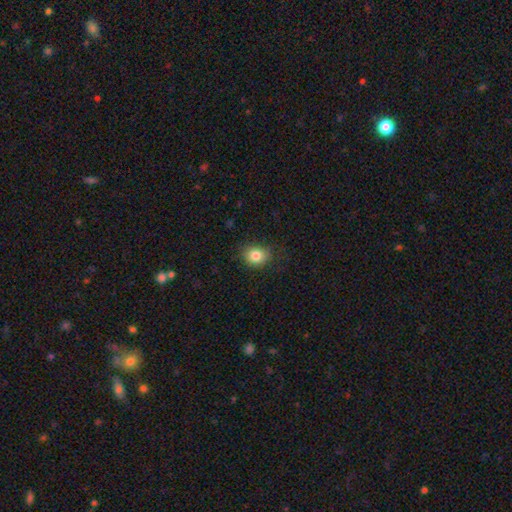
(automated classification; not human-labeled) Smooth or featured? Predicted: smooth (p=0.83). How rounded? Predicted: round (p=0.62). Merging? Predicted: none (p=0.80).